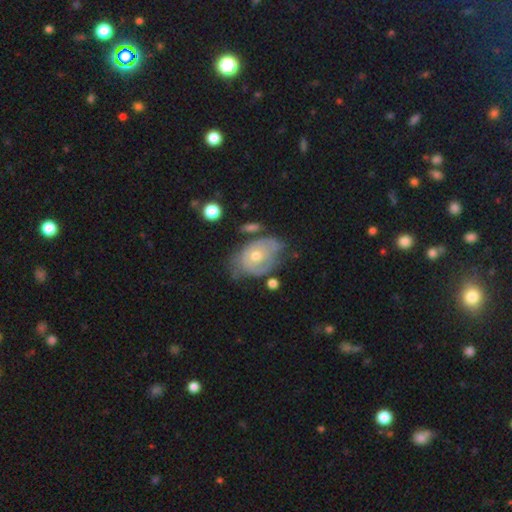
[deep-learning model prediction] Q: Smooth or featured?
A: featured or disk (56%); runner-up: smooth (37%)
Q: Edge-on disk?
A: no (95%); runner-up: yes (5%)
Q: Bar?
A: no (85%); runner-up: weak (13%)
Q: Spiral arms?
A: yes (51%); runner-up: no (49%)
Q: Bulge size?
A: moderate (55%); runner-up: small (41%)
Q: Merging?
A: none (38%); runner-up: minor disturbance (35%)